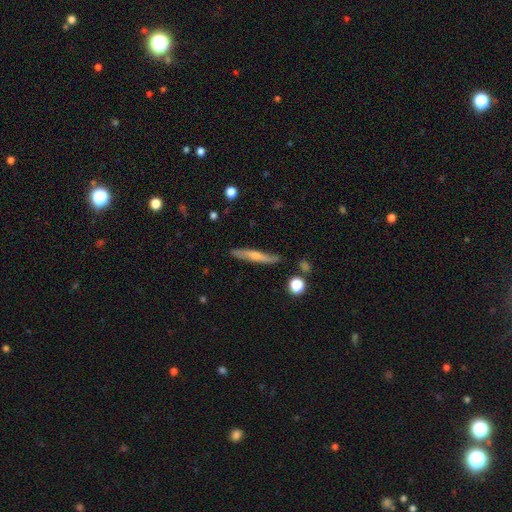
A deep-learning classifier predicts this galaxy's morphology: Smooth or featured: smooth — 52% (featured or disk — 42%)
How rounded: cigar-shaped — 91% (in between — 7%)
Merging: none — 80% (minor disturbance — 15%)